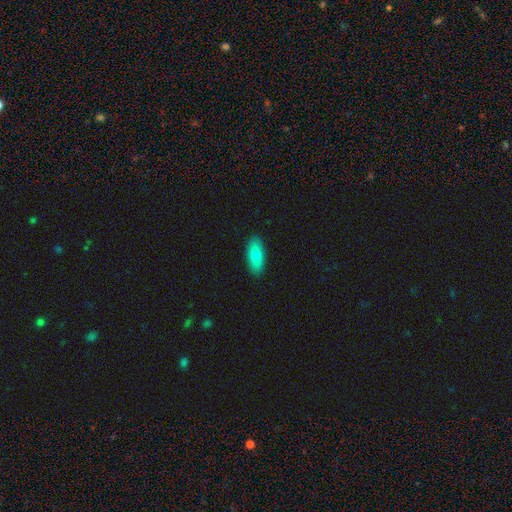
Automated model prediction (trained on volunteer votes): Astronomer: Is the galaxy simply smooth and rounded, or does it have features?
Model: smooth — 80%.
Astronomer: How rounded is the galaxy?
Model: in between — 80%.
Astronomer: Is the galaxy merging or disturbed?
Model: none — 89%.